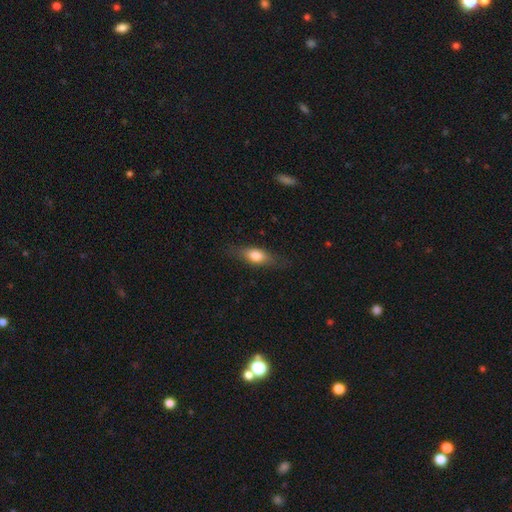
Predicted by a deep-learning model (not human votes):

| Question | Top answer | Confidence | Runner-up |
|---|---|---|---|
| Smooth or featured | smooth | 70% | featured or disk (22%) |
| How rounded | in between | 69% | cigar-shaped (25%) |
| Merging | none | 77% | minor disturbance (16%) |